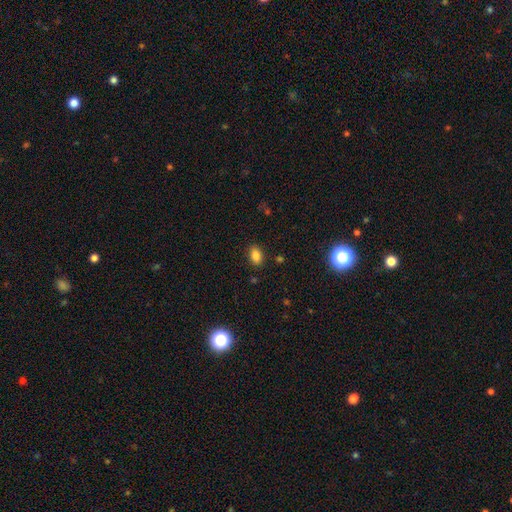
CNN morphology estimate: A smooth galaxy with no disk features (84%) that is in between round and cigar-shaped (84%). Merging: none (86%).